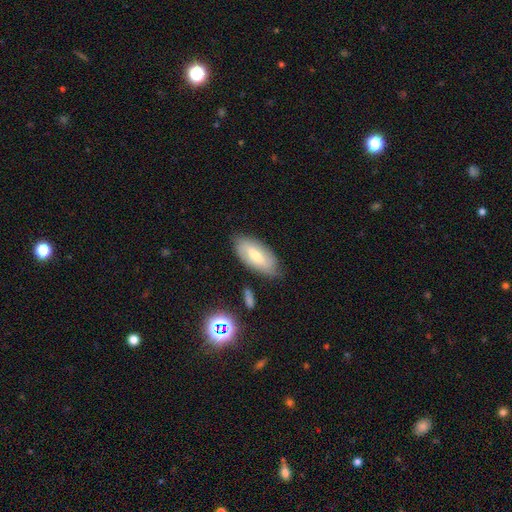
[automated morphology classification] A smooth galaxy with no disk features (53%) that is in between round and cigar-shaped (88%).

Vote fractions:
- Smooth or featured? smooth: 53% / featured or disk: 40% / star or artifact: 8%
- How rounded? in between: 88% / cigar-shaped: 10% / round: 3%
- Merging? none: 77% / minor disturbance: 17% / major disturbance: 4% / merger: 2%